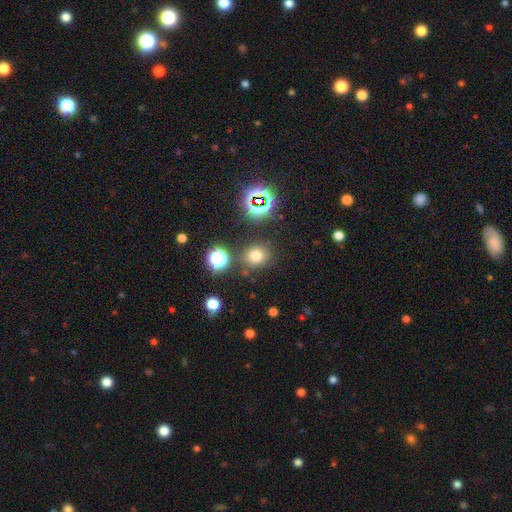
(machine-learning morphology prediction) Overall: smooth (69%). How rounded: round (78%). Merging: none (80%).